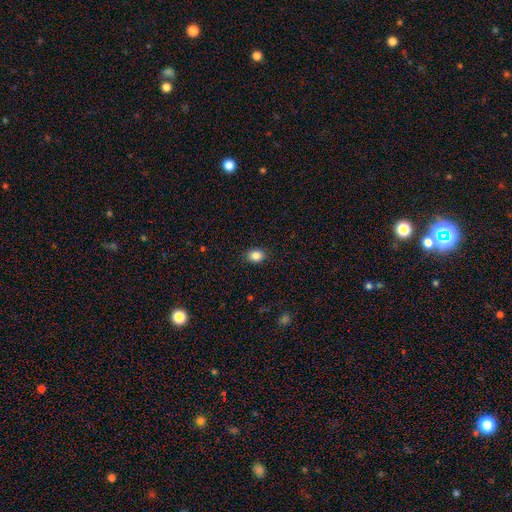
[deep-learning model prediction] Q: Smooth or featured?
A: smooth (85%); runner-up: star or artifact (10%)
Q: How rounded?
A: in between (58%); runner-up: round (41%)
Q: Merging?
A: none (89%); runner-up: minor disturbance (8%)